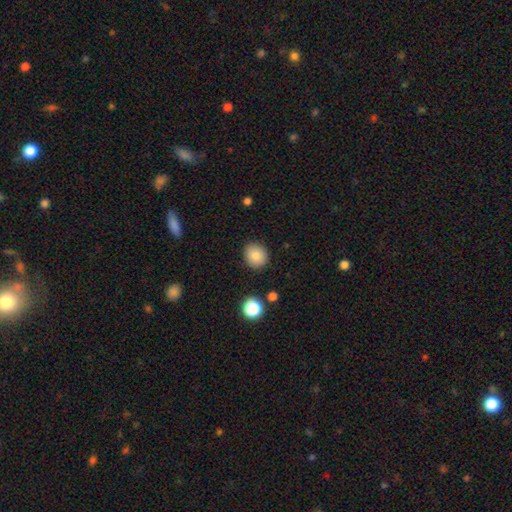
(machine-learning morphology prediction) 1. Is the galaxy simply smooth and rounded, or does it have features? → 83% smooth, 10% star or artifact, 7% featured or disk.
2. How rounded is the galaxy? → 83% round, 16% in between, 1% cigar-shaped.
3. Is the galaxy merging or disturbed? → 87% none, 9% minor disturbance, 2% major disturbance, 2% merger.